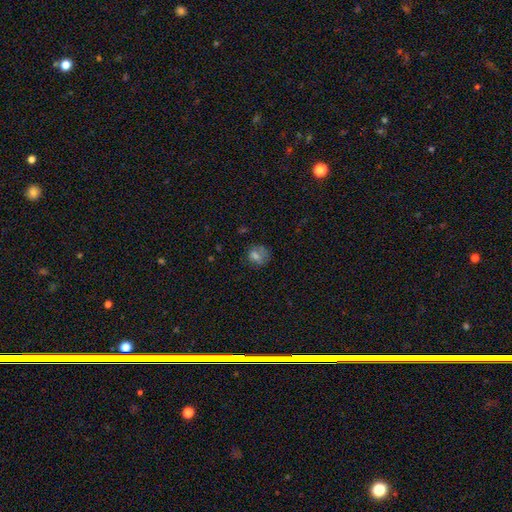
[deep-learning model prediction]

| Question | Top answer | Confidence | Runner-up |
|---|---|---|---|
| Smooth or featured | smooth | 65% | star or artifact (19%) |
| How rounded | round | 71% | in between (27%) |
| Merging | none | 58% | minor disturbance (23%) |